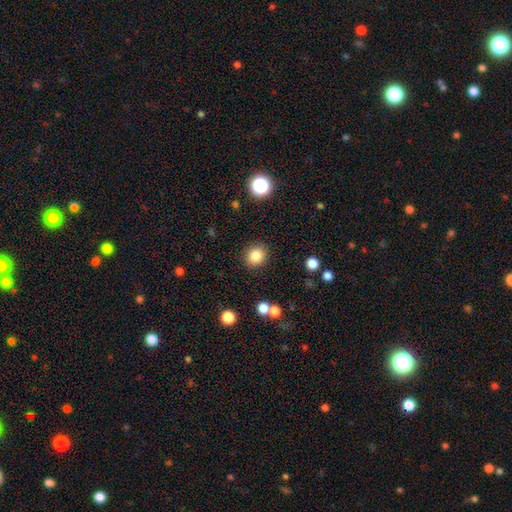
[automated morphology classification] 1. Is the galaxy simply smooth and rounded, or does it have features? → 84% smooth, 11% star or artifact, 5% featured or disk.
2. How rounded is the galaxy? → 76% round, 23% in between, 1% cigar-shaped.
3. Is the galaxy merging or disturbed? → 88% none, 7% minor disturbance, 3% major disturbance, 2% merger.